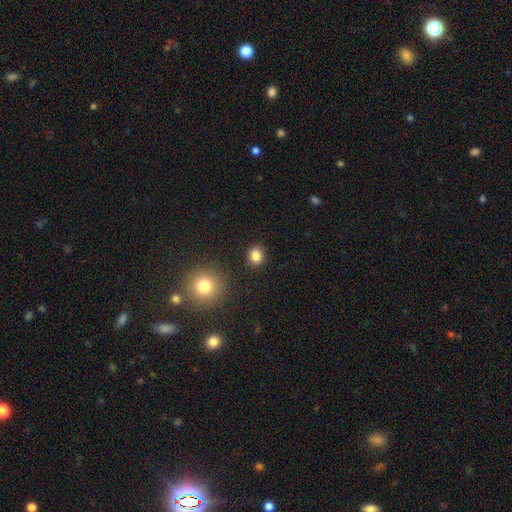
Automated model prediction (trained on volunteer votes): Smooth or featured? Predicted: smooth (p=0.83). How rounded? Predicted: round (p=0.75). Merging? Predicted: none (p=0.85).